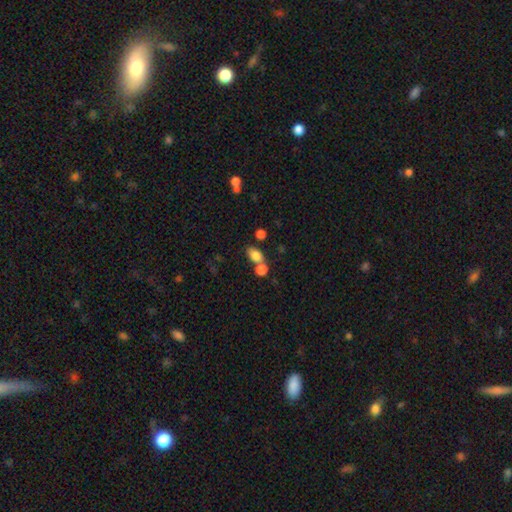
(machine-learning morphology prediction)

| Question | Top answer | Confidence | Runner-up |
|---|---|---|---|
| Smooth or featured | smooth | 82% | star or artifact (10%) |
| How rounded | in between | 76% | round (22%) |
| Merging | none | 48% | merger (37%) |